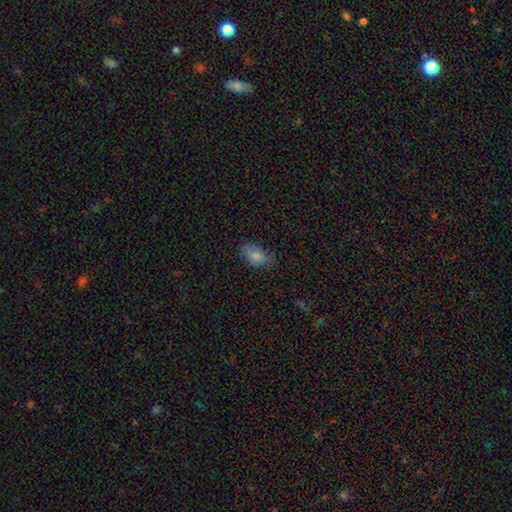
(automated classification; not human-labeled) smooth 81%, featured or disk 10%, star or artifact 9%. Down the decision tree: how rounded — in between (90%); merging — none (72%).